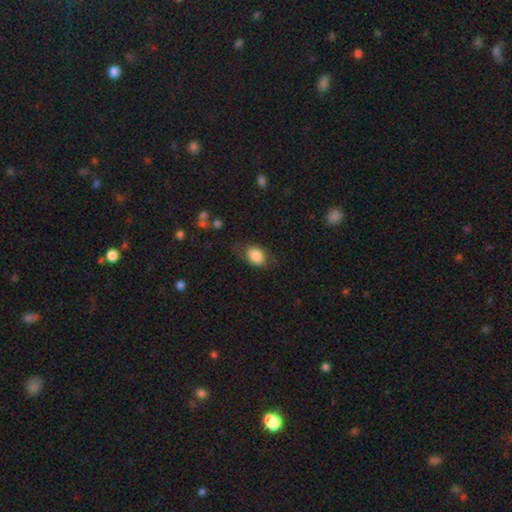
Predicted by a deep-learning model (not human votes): smooth-or-featured: smooth: 82% | featured or disk: 11% | star or artifact: 7%
  how-rounded: in between: 83% | round: 15% | cigar-shaped: 1%
  merging: none: 65% | minor disturbance: 23% | major disturbance: 11% | merger: 2%